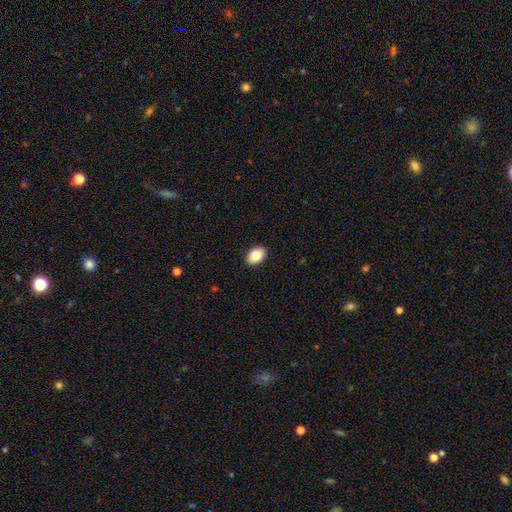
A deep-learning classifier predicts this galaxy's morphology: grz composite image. It shows a smooth galaxy with no disk features (85%) that is in between round and cigar-shaped (83%). Merging: none (91%).